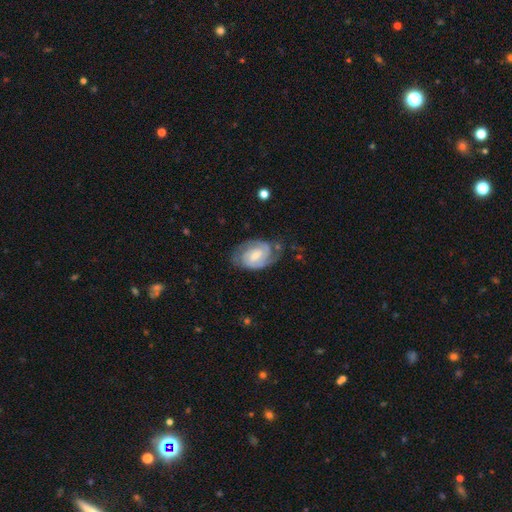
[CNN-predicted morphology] featured or disk 83%, smooth 12%, star or artifact 5%. Down the decision tree: edge-on disk — no (97%); bar — weak (54%); spiral arms — yes (96%); spiral arm count — 2 (75%); spiral winding — tight (55%); bulge size — small (45%); merging — none (67%).